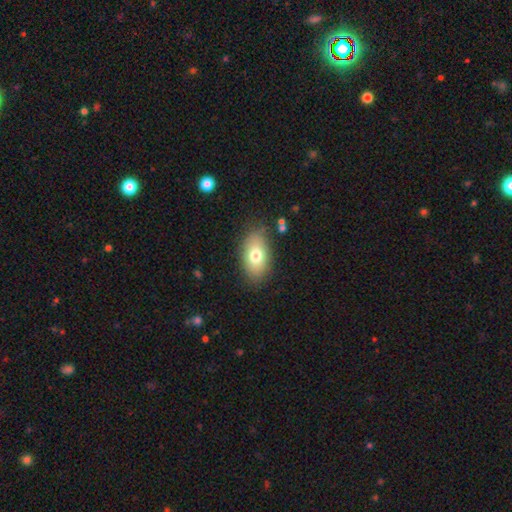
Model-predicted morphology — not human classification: The model was most divided on "smooth or featured": smooth: 75%, featured or disk: 17%, star or artifact: 8%. More confident: how rounded — in between (91%); merging — none (83%).